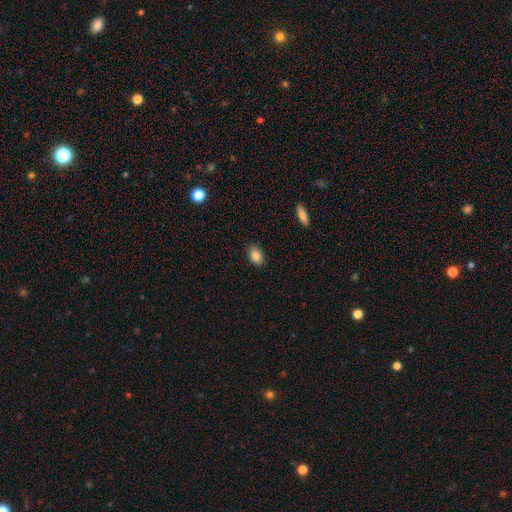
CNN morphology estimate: This is clearly a smooth galaxy (86%). How rounded: clearly in between (82%). Merging: clearly none (86%).